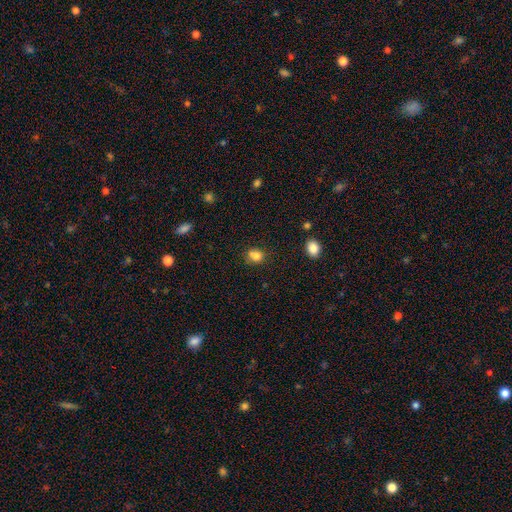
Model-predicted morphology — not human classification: Smooth or featured?
  - smooth: 80% *
  - star or artifact: 12%
  - featured or disk: 8%
How rounded?
  - round: 60% *
  - in between: 39%
  - cigar-shaped: 1%
Merging?
  - none: 57% *
  - minor disturbance: 20%
  - merger: 16%
  - major disturbance: 6%